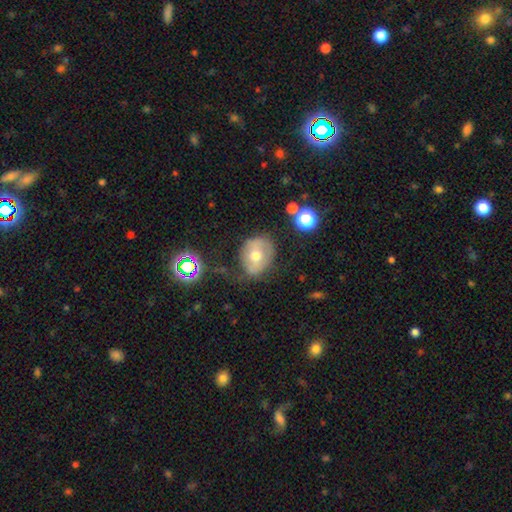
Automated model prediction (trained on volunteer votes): A smooth galaxy with no disk features (51%) that is round (58%).

Vote fractions:
- Smooth or featured? smooth: 51% / featured or disk: 38% / star or artifact: 11%
- How rounded? round: 58% / in between: 41% / cigar-shaped: 1%
- Merging? none: 64% / minor disturbance: 23% / major disturbance: 10% / merger: 4%